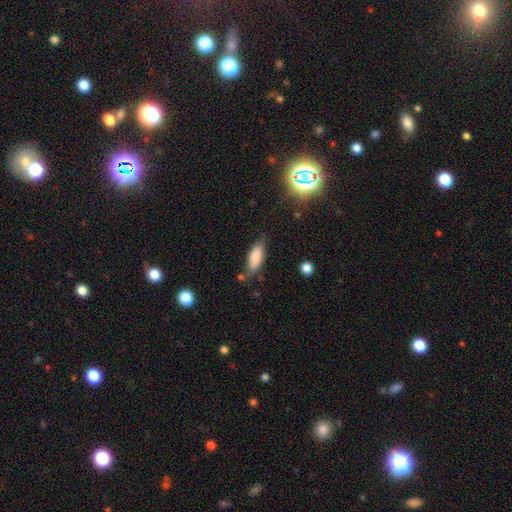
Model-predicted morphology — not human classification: Smooth or featured: smooth — 81% (featured or disk — 12%)
How rounded: in between — 71% (cigar-shaped — 27%)
Merging: none — 62% (minor disturbance — 25%)